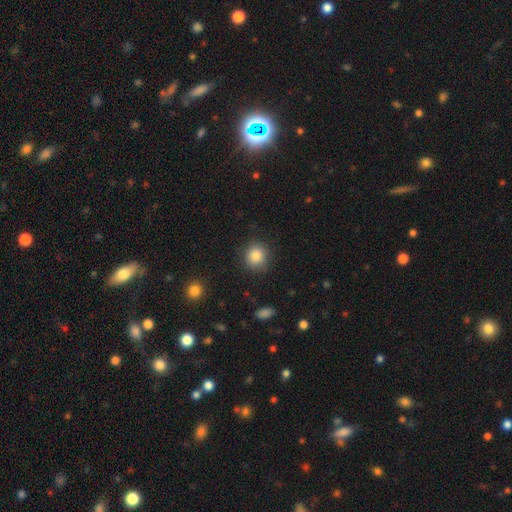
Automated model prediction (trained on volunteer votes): Smooth or featured: smooth — 84% (star or artifact — 10%)
How rounded: round — 88% (in between — 11%)
Merging: none — 86% (minor disturbance — 10%)